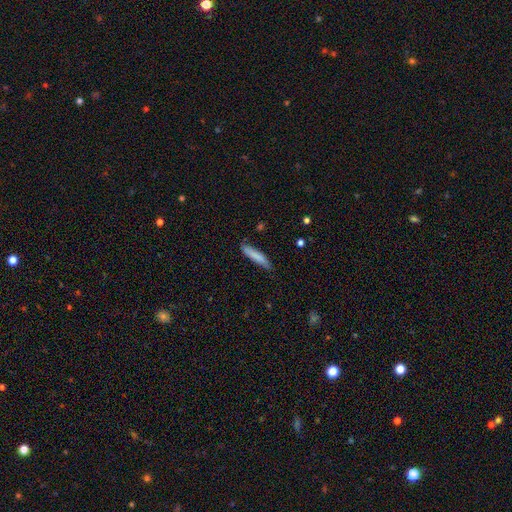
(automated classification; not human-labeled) Smooth or featured: smooth — 81% (featured or disk — 13%)
How rounded: cigar-shaped — 87% (in between — 12%)
Merging: none — 77% (minor disturbance — 18%)